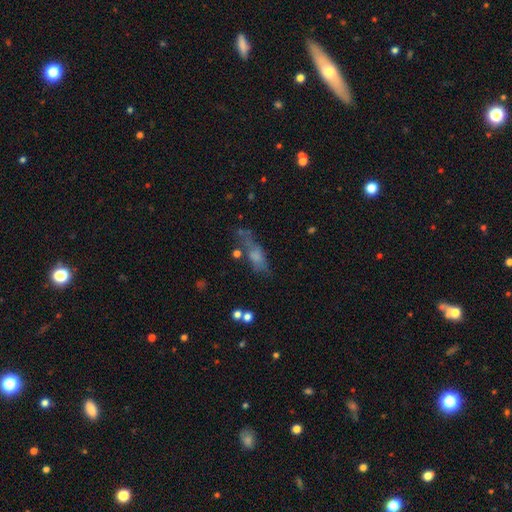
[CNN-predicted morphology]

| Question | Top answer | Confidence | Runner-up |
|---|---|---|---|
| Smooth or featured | smooth | 55% | featured or disk (31%) |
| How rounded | in between | 53% | cigar-shaped (42%) |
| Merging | none | 42% | minor disturbance (25%) |